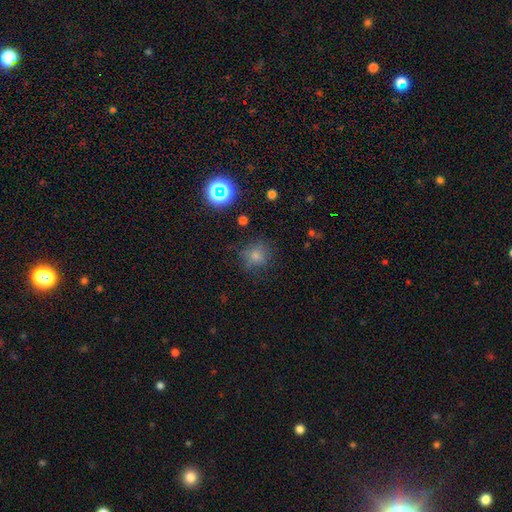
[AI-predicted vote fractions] Morphology: type=smooth (74%); roundness=round (87%); merging=none (74%).